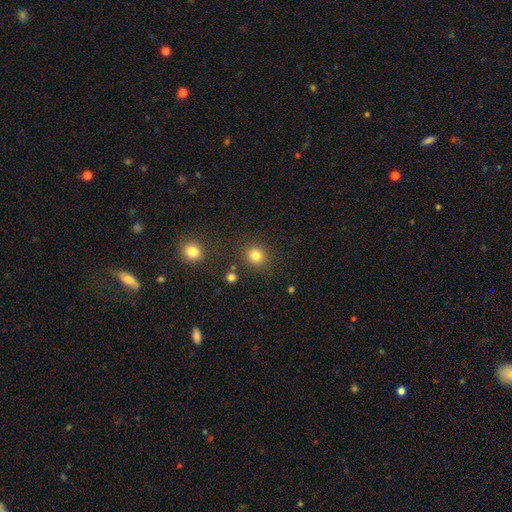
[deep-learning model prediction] Morphology: type=smooth (83%); roundness=round (89%); merging=none (85%).